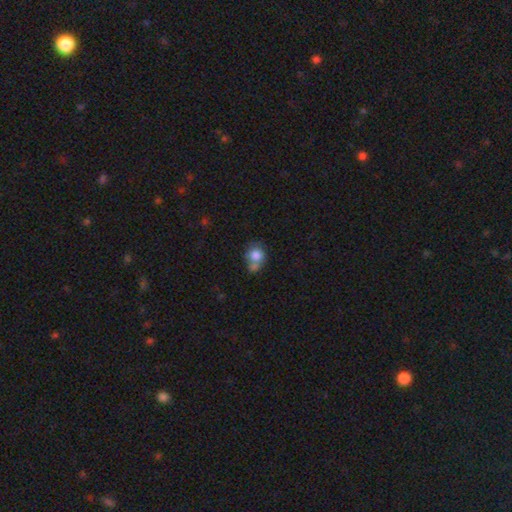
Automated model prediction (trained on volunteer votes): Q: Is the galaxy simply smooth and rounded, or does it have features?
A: smooth — 79%.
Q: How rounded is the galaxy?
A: round — 75%.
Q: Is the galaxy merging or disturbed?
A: merger — 39%, tied with none.